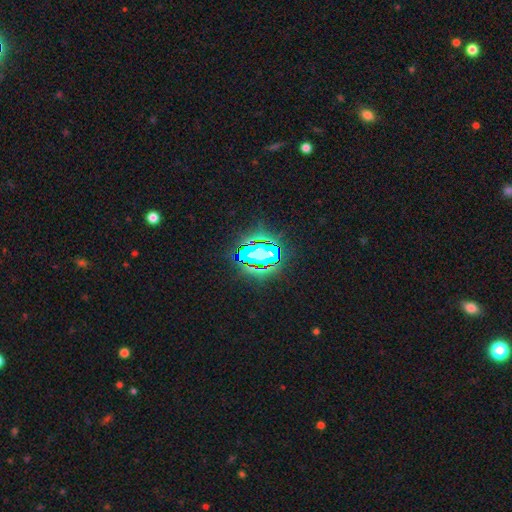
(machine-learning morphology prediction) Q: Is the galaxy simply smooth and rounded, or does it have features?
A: star or artifact — 75%.